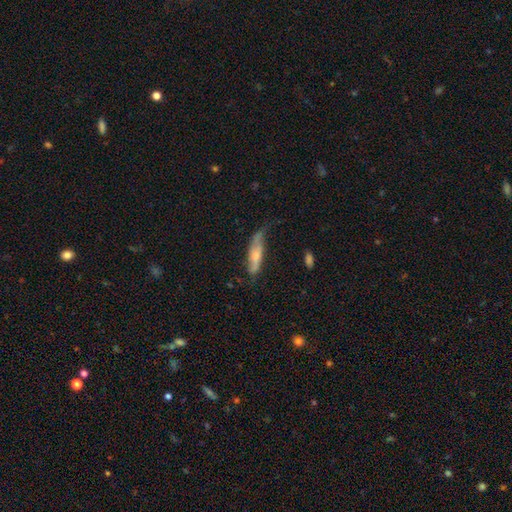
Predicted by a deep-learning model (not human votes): This appears to be a smooth galaxy with no disk features (52%) that is cigar-shaped (67%). Merging: none (44%).